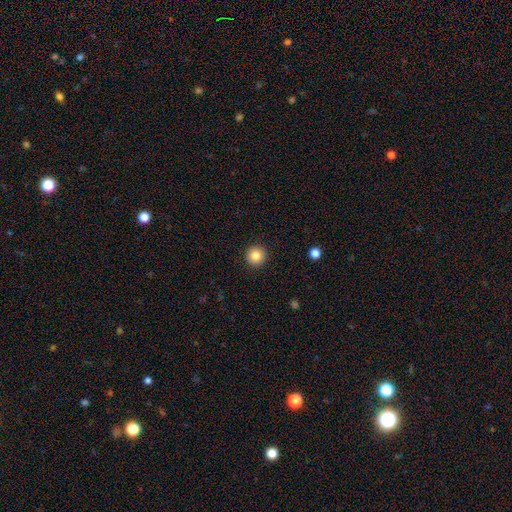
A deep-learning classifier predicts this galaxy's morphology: A smooth galaxy with no disk features (84%) that is round (96%).

Vote fractions:
- Smooth or featured? smooth: 84% / star or artifact: 10% / featured or disk: 6%
- How rounded? round: 96% / in between: 3% / cigar-shaped: 1%
- Merging? none: 93% / minor disturbance: 5% / major disturbance: 2% / merger: 1%